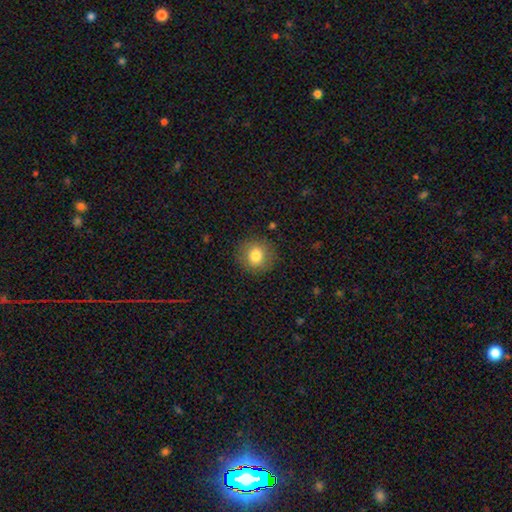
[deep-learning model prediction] smooth-or-featured: smooth: 80% | featured or disk: 10% | star or artifact: 10%
  how-rounded: round: 88% | in between: 11% | cigar-shaped: 1%
  merging: none: 87% | minor disturbance: 9% | major disturbance: 3% | merger: 1%